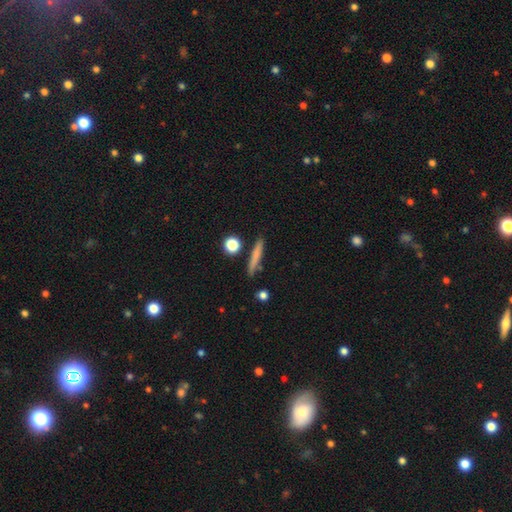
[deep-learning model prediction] Morphology: type=smooth (70%); roundness=cigar-shaped (87%); merging=none (83%).